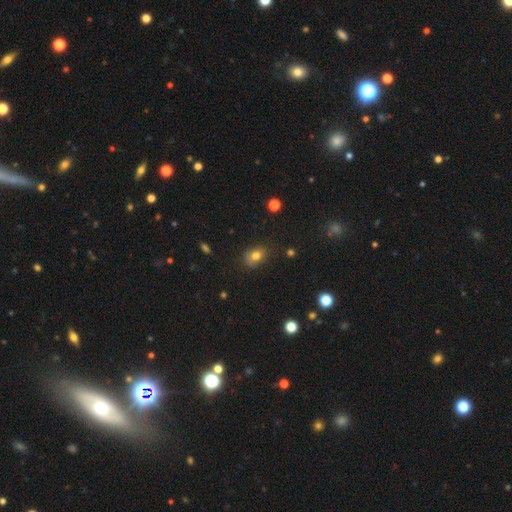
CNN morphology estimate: type=smooth (76%); roundness=in between (61%); merging=none (63%).